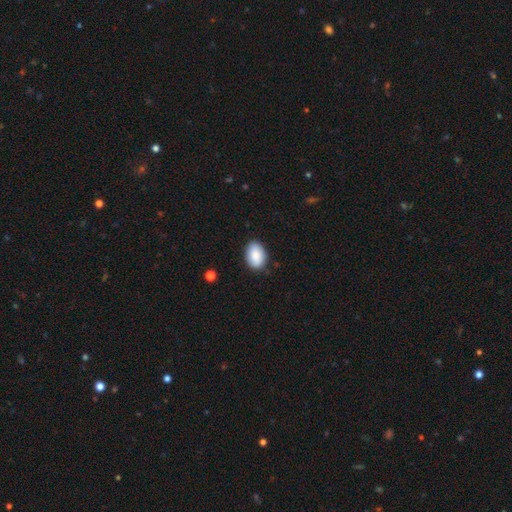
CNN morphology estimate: Smooth or featured?
  - smooth: 88% *
  - star or artifact: 6%
  - featured or disk: 5%
How rounded?
  - in between: 86% *
  - round: 12%
  - cigar-shaped: 1%
Merging?
  - none: 85% *
  - minor disturbance: 11%
  - major disturbance: 2%
  - merger: 1%